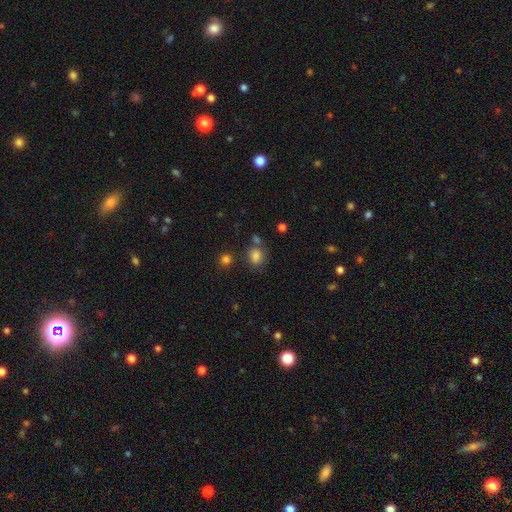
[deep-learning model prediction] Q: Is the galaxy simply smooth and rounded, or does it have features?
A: smooth — 81%.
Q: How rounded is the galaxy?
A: round — 58%.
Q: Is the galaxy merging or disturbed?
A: none — 64%.